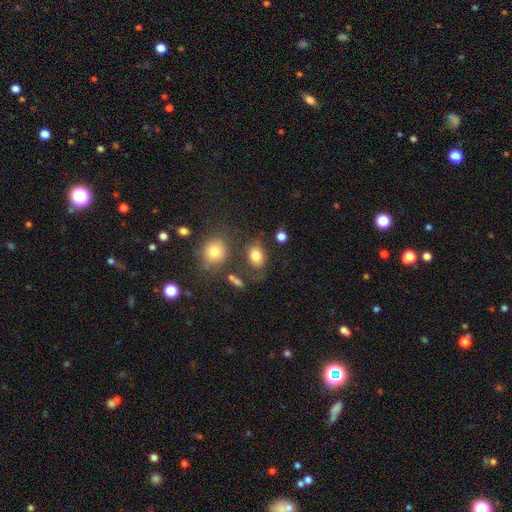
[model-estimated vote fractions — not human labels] This is likely a smooth galaxy (80%). How rounded: likely in between (71%). Merging: likely none (66%).